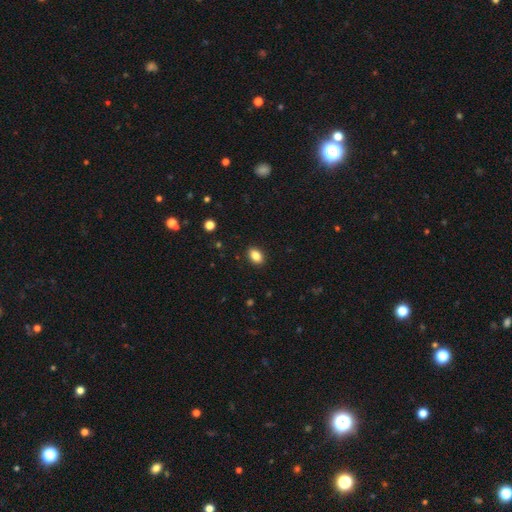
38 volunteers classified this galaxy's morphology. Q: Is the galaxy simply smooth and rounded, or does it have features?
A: smooth — 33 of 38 (87%).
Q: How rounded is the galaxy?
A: in between — 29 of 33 (88%).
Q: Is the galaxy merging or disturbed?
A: none — 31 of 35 (89%).